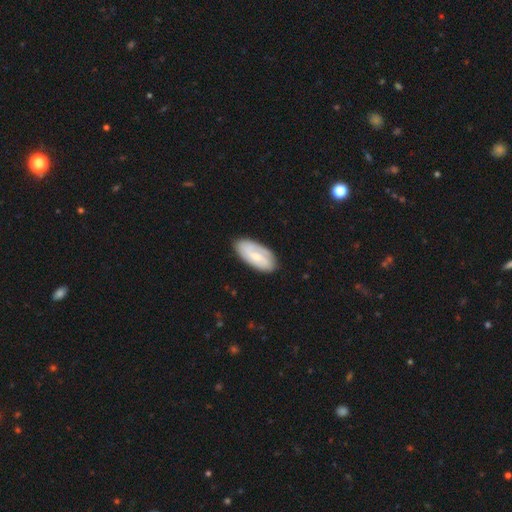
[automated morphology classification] This is possibly a featured or disk galaxy (57%). It is clearly not viewed edge-on (94%). Bar: possibly no (49%). Spiral arm pattern: clearly yes (87%). Central bulge: possibly small (48%). Merging: clearly none (81%).